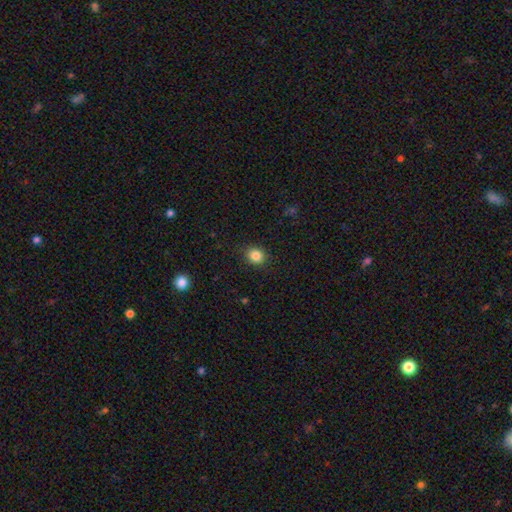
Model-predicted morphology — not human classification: Smooth or featured? Predicted: smooth (p=0.85). How rounded? Predicted: round (p=0.72). Merging? Predicted: none (p=0.89).